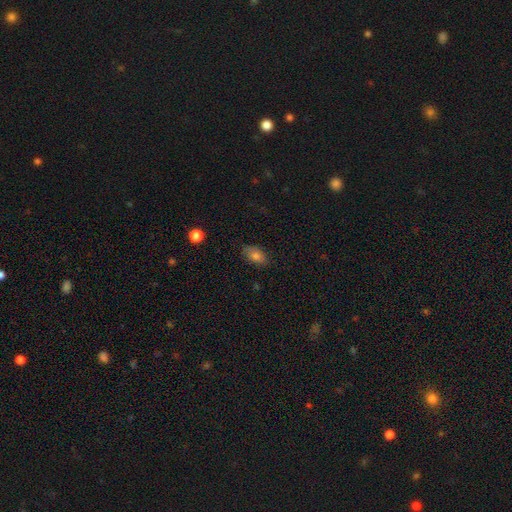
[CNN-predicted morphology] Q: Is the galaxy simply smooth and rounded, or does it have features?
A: smooth — 76%.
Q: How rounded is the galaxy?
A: in between — 88%.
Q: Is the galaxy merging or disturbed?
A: none — 81%.